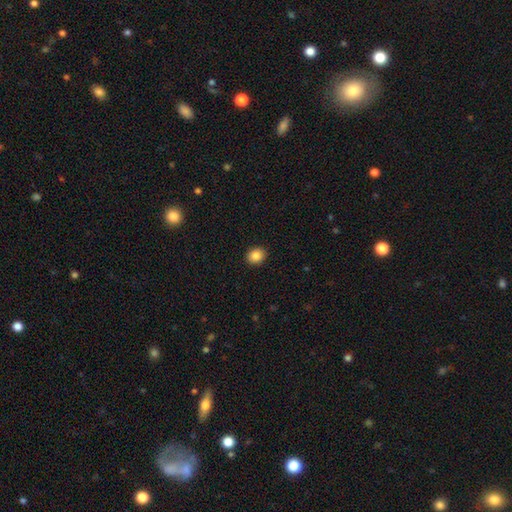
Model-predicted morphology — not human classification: Smooth or featured: smooth — 86% (star or artifact — 9%)
How rounded: round — 66% (in between — 33%)
Merging: none — 91% (minor disturbance — 6%)